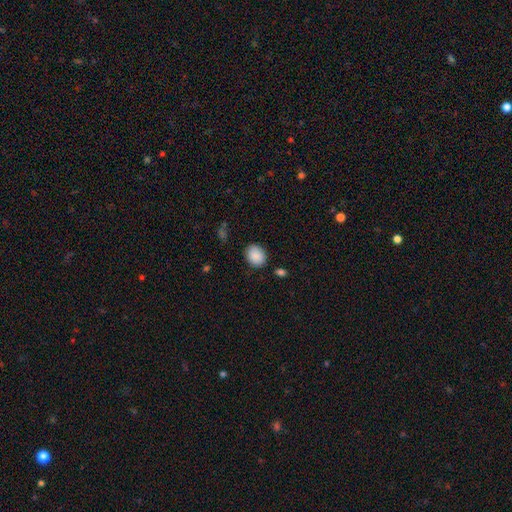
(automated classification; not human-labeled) smooth_or_featured: smooth (p=0.89) [alt: star or artifact p=0.07]
how_rounded: round (p=0.56) [alt: in between p=0.43]
merging: none (p=0.84) [alt: minor disturbance p=0.12]